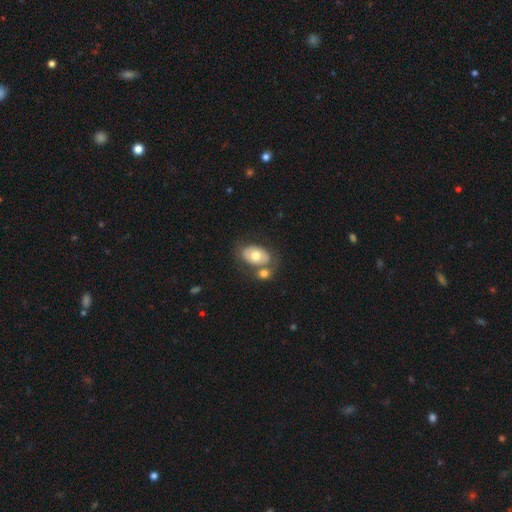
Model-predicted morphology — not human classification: Smooth or featured? Predicted: smooth (p=0.62). How rounded? Predicted: in between (p=0.86). Merging? Predicted: none (p=0.52).